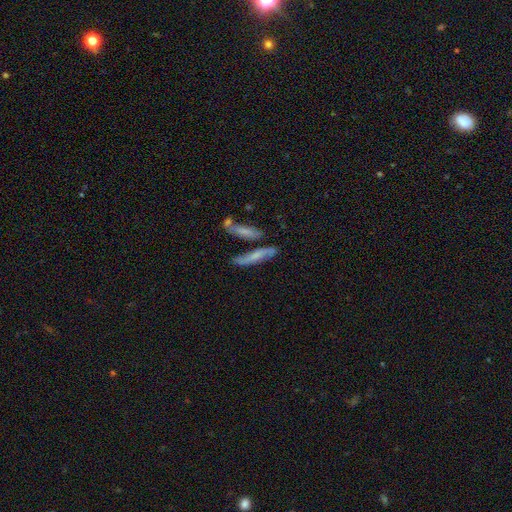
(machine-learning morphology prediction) The model was most divided on "smooth or featured": featured or disk: 47%, smooth: 44%, star or artifact: 9%. More confident: merging — none (58%).